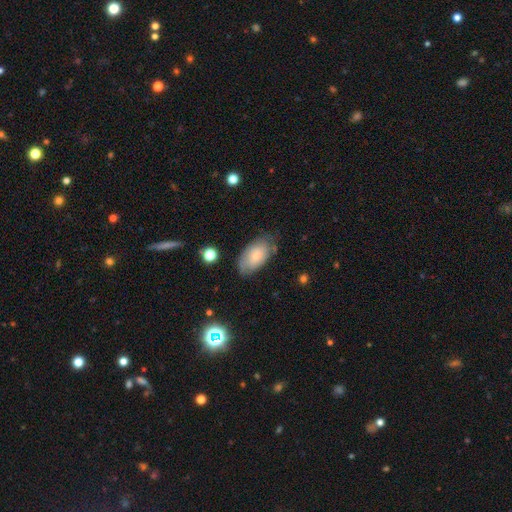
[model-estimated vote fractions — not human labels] A smooth galaxy with no disk features (70%) that is in between round and cigar-shaped (94%). Merging: none (65%).